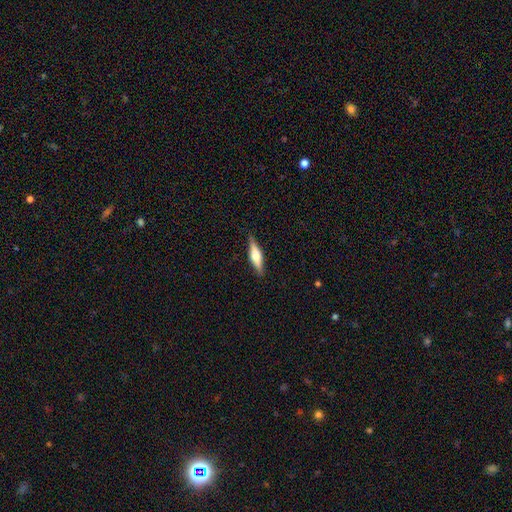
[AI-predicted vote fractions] smooth-or-featured: featured or disk: 51% | smooth: 43% | star or artifact: 6%
  disk-edge-on: yes: 94% | no: 6%
  merging: none: 87% | minor disturbance: 10% | major disturbance: 2% | merger: 1%